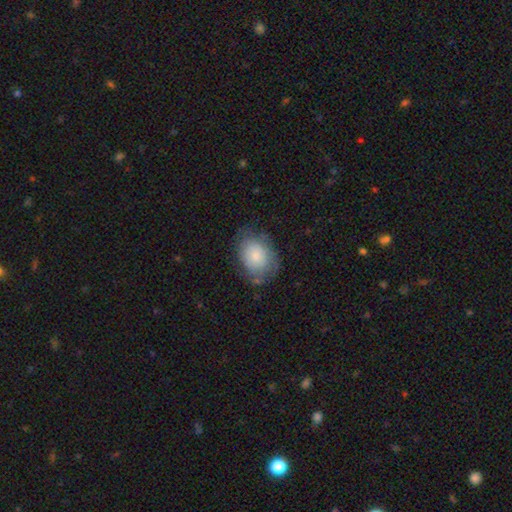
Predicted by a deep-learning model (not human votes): Morphology: type=smooth (73%); roundness=in between (63%); merging=none (61%).